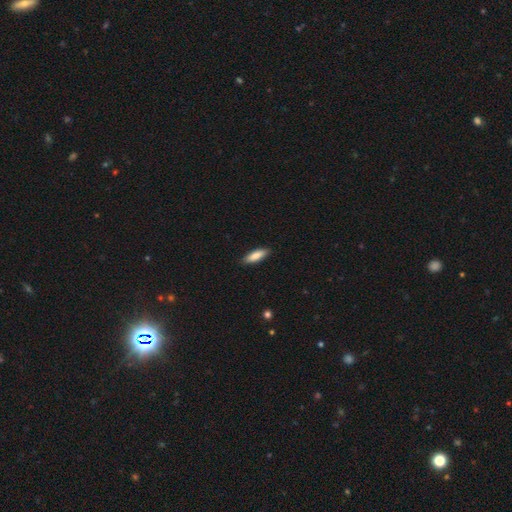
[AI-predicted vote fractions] Morphology: type=smooth (84%); roundness=cigar-shaped (49%, tied with in between); merging=none (88%).